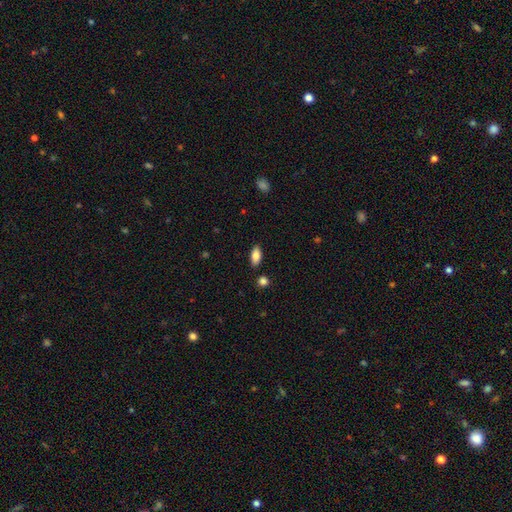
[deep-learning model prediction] The model was most divided on "smooth or featured": smooth: 83%, featured or disk: 10%, star or artifact: 7%. More confident: how rounded — in between (88%); merging — none (86%).